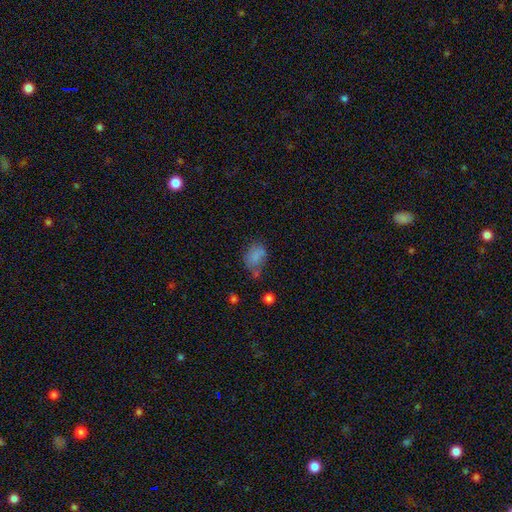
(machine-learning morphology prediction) This appears to be a smooth galaxy with no disk features (73%) that is in between round and cigar-shaped (76%). Merging: none (45%).